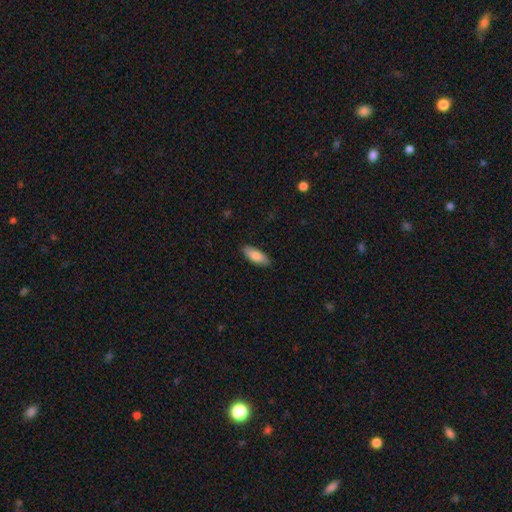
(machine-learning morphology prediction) Smooth or featured: smooth — 86% (featured or disk — 9%)
How rounded: in between — 74% (cigar-shaped — 24%)
Merging: none — 87% (minor disturbance — 10%)